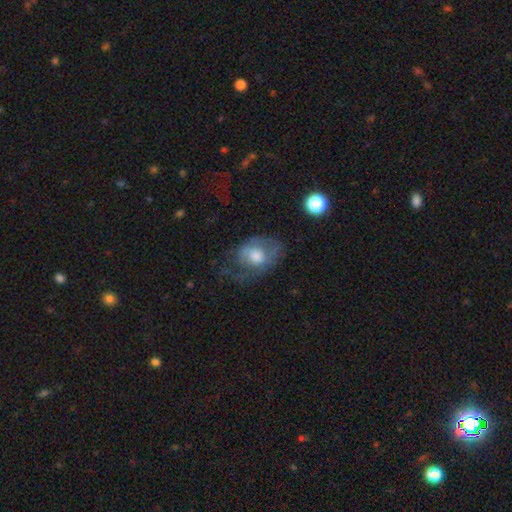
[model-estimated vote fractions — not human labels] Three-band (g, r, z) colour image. It shows a featured or disk galaxy (49%). Merging: none (40%).